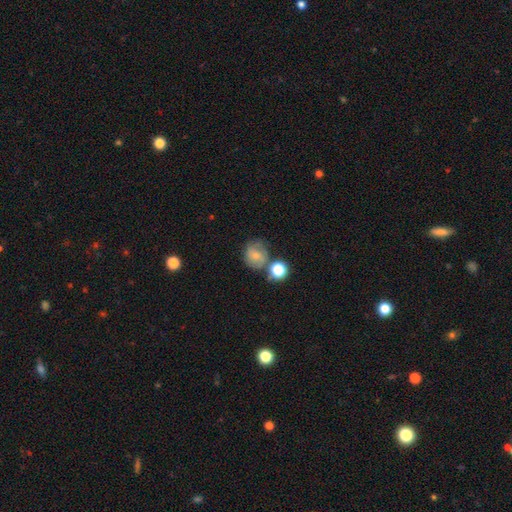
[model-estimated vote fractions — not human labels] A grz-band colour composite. It shows a smooth galaxy with no disk features (55%) that is round (76%). Merging: none (53%).